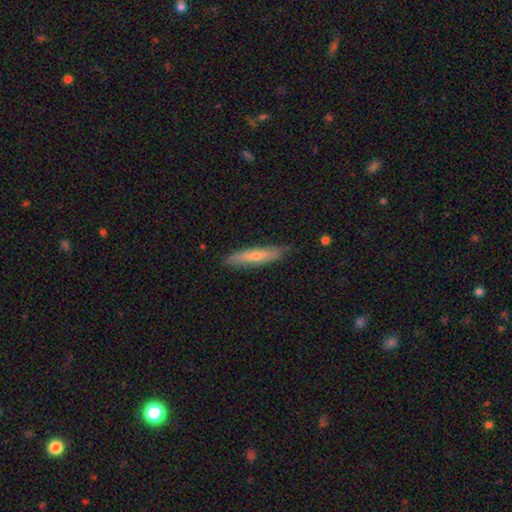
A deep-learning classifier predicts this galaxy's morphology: A smooth galaxy with no disk features (62%) that is cigar-shaped (85%). Merging: none (83%).